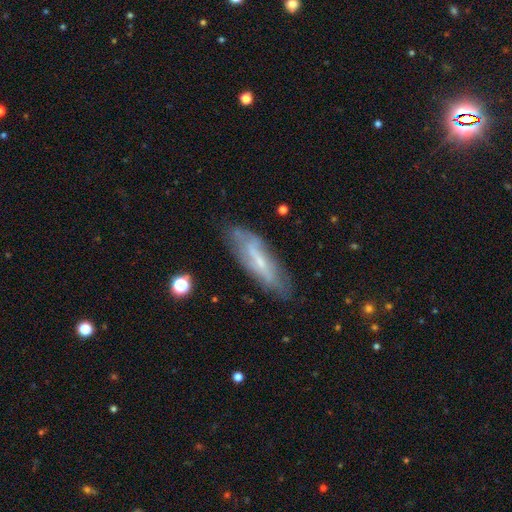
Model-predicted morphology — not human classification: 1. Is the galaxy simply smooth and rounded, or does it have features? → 58% featured or disk, 34% smooth, 8% star or artifact.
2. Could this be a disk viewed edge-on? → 62% no, 38% yes.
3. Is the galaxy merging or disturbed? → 75% none, 18% minor disturbance, 5% major disturbance, 2% merger.